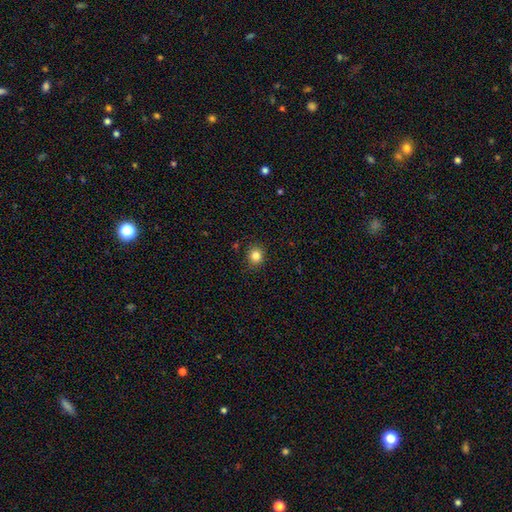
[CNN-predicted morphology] Smooth or featured: smooth — 83% (star or artifact — 12%)
How rounded: round — 84% (in between — 16%)
Merging: none — 88% (minor disturbance — 9%)